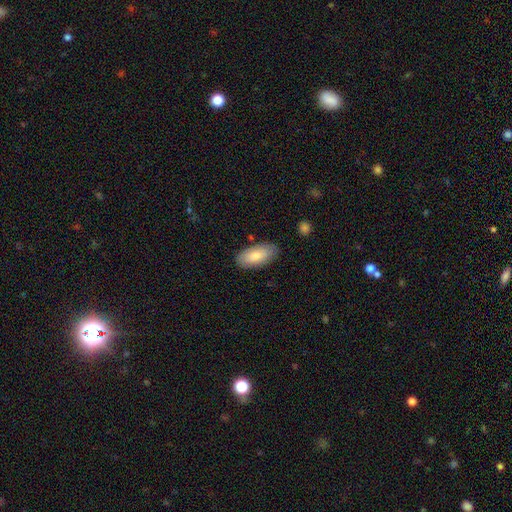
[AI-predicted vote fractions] smooth-or-featured: smooth: 80% | featured or disk: 14% | star or artifact: 6%
  how-rounded: in between: 91% | cigar-shaped: 7% | round: 2%
  merging: none: 84% | minor disturbance: 12% | major disturbance: 2% | merger: 2%